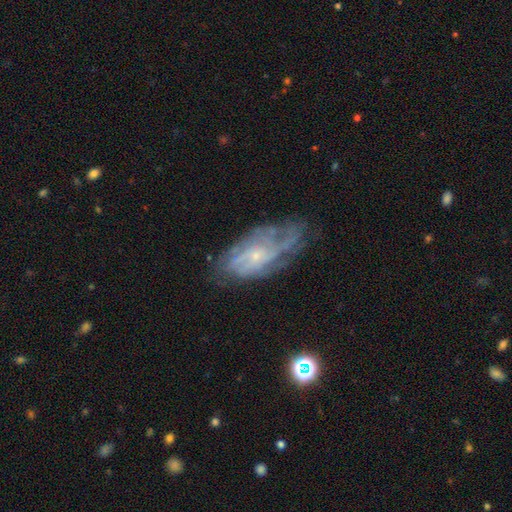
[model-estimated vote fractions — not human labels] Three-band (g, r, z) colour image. It shows a featured or disk galaxy (77%) with no bar (71%), tight (49%) spiral arms (88%) and a small central bulge (78%). Merging: none (57%).